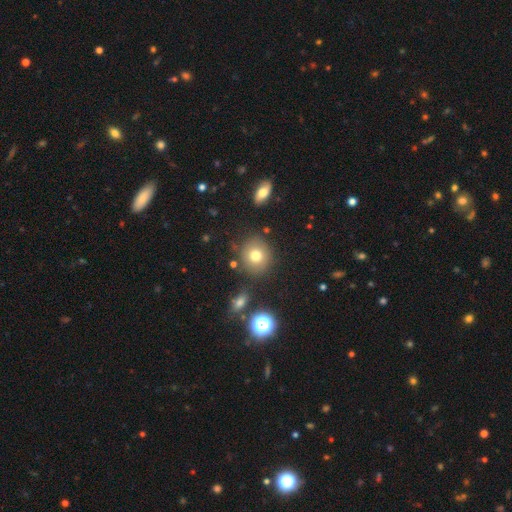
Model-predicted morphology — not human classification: The model was most divided on "smooth or featured": smooth: 76%, star or artifact: 13%, featured or disk: 12%. More confident: how rounded — round (85%); merging — none (83%).